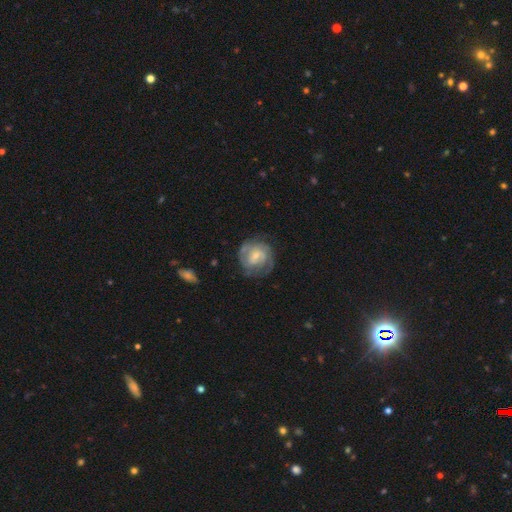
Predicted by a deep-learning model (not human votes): The model was most divided on "bar": weak: 45%, no: 43%, strong: 12%. Remaining: edge-on disk — no (98%); spiral arms — yes (88%); smooth or featured — featured or disk (74%); merging — none (66%); bulge size — small (61%); spiral winding — tight (53%); spiral arm count — 2 (42%).